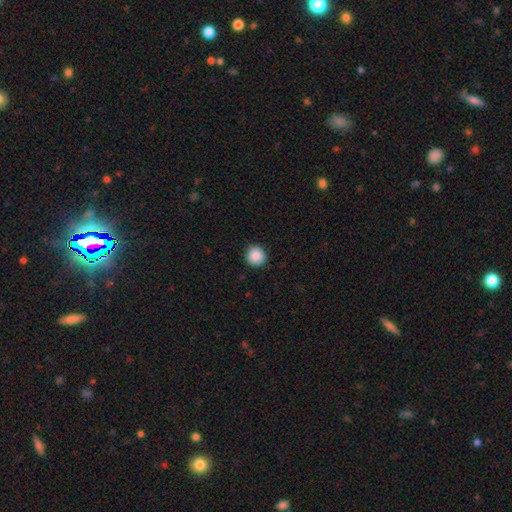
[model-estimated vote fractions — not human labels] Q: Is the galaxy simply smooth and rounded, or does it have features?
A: smooth — 89%.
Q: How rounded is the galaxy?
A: round — 95%.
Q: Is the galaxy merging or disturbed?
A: none — 92%.